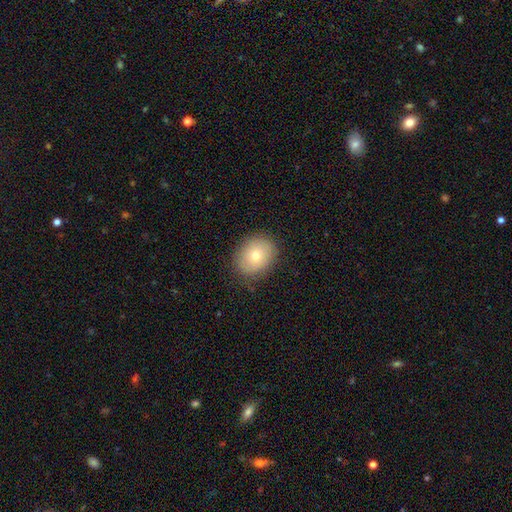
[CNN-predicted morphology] This appears to be a smooth galaxy with no disk features (75%) that is round (53%). Merging: none (84%).